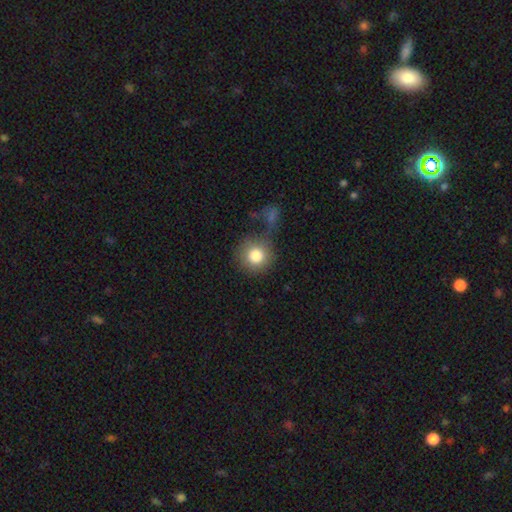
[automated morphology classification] smooth 82%, featured or disk 9%, star or artifact 9%. Down the decision tree: how rounded — round (93%); merging — none (66%).